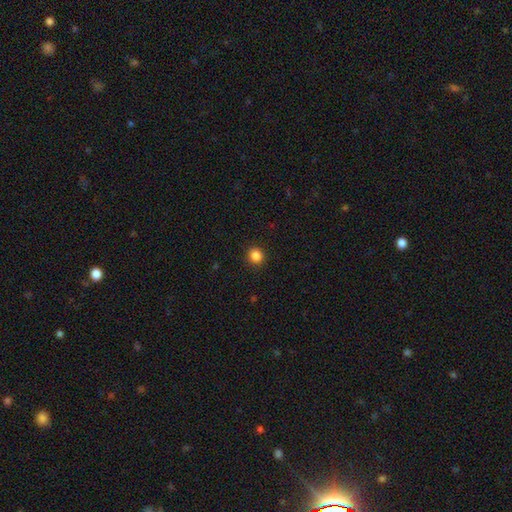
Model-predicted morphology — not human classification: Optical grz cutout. It shows a smooth galaxy with no disk features (85%) that is round (87%). Merging: none (92%).